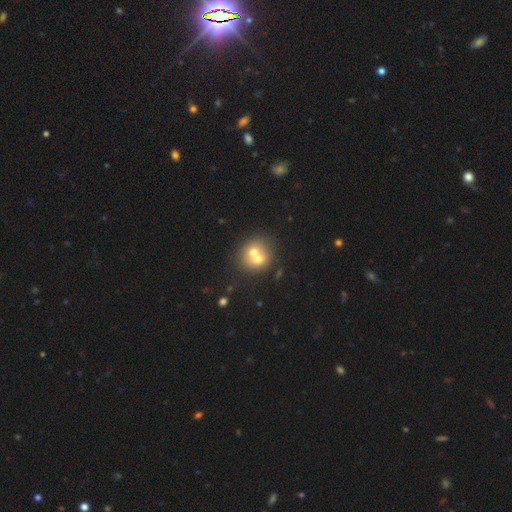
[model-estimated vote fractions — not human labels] Overall: smooth (63%; featured or disk 26%). How rounded: round (80%). Merging: merger (60%; none 31%).